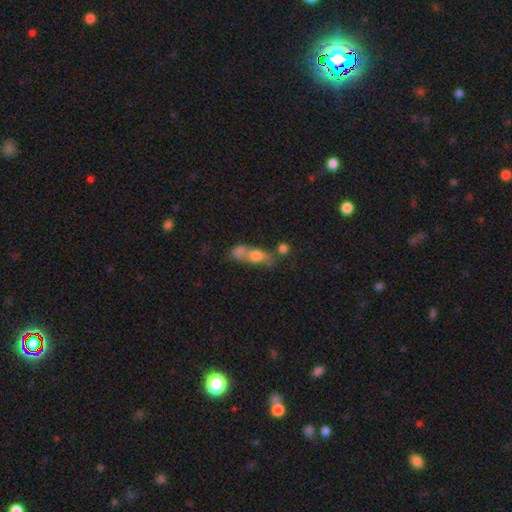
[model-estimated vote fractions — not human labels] A smooth galaxy with no disk features (61%) that is in between round and cigar-shaped (53%).

Vote fractions:
- Smooth or featured? smooth: 61% / featured or disk: 28% / star or artifact: 11%
- How rounded? in between: 53% / cigar-shaped: 24% / round: 23%
- Merging? merger: 50% / none: 30% / minor disturbance: 12% / major disturbance: 9%